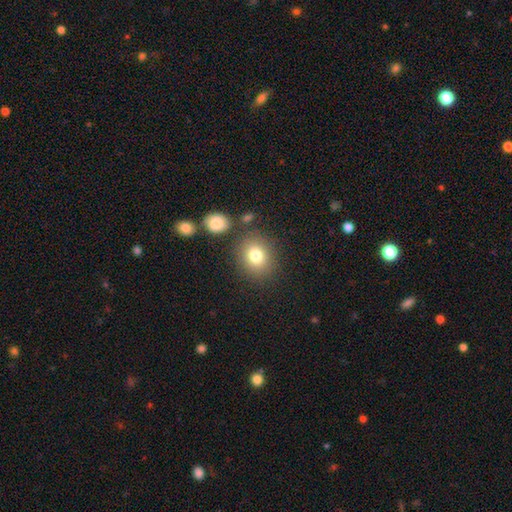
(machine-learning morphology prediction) Smooth or featured? Predicted: smooth (p=0.80). How rounded? Predicted: round (p=0.71). Merging? Predicted: none (p=0.79).